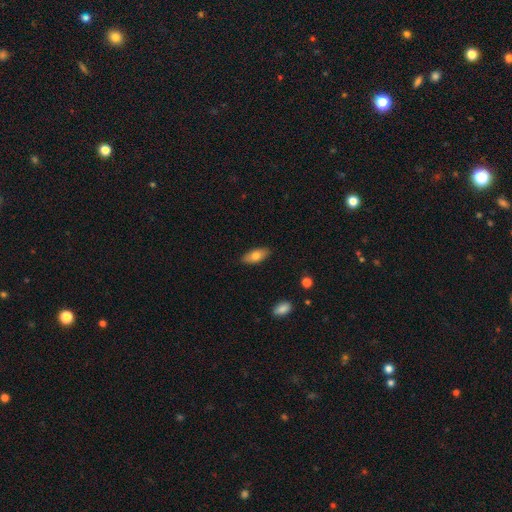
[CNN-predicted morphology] A smooth galaxy with no disk features (75%) that is in between round and cigar-shaped (84%).

Vote fractions:
- Smooth or featured? smooth: 75% / featured or disk: 19% / star or artifact: 7%
- How rounded? in between: 84% / cigar-shaped: 13% / round: 3%
- Merging? none: 87% / minor disturbance: 10% / major disturbance: 2% / merger: 1%